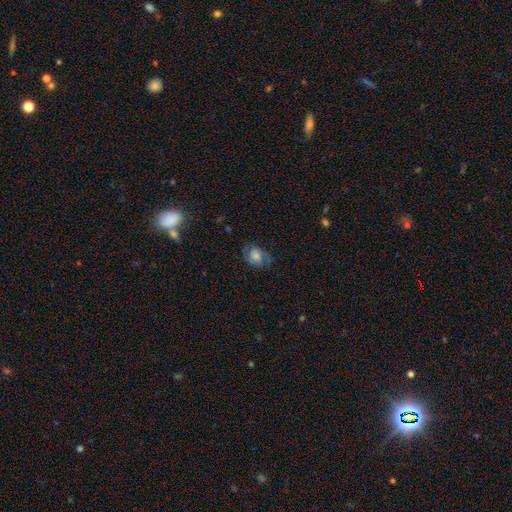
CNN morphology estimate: type=featured or disk (52%); edge-on=no (96%); bar=no (64%); spiral arms=yes (82%); bulge=moderate (43%); merging=none (68%).